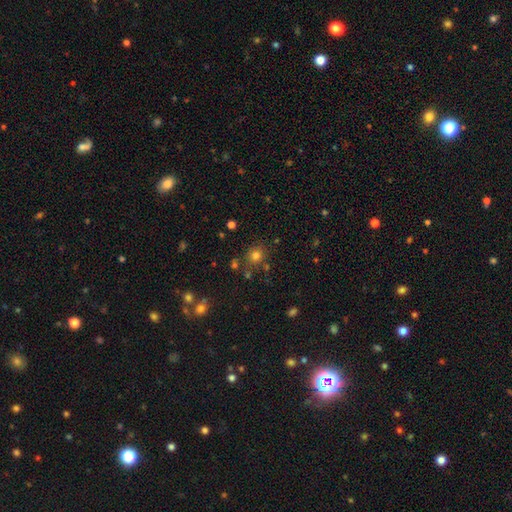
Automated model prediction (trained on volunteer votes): smooth-or-featured: smooth: 76% | star or artifact: 17% | featured or disk: 7%
  how-rounded: round: 85% | in between: 14% | cigar-shaped: 1%
  merging: none: 78% | minor disturbance: 11% | merger: 8% | major disturbance: 4%